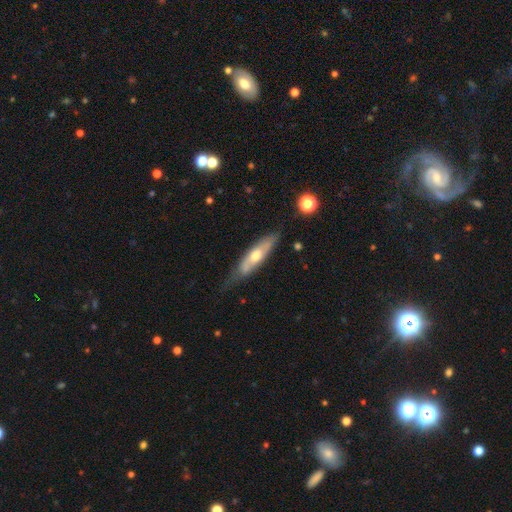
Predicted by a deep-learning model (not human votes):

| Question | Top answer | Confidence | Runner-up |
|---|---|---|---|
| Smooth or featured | featured or disk | 56% | smooth (38%) |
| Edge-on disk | yes | 58% | no (42%) |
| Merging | none | 64% | minor disturbance (26%) |